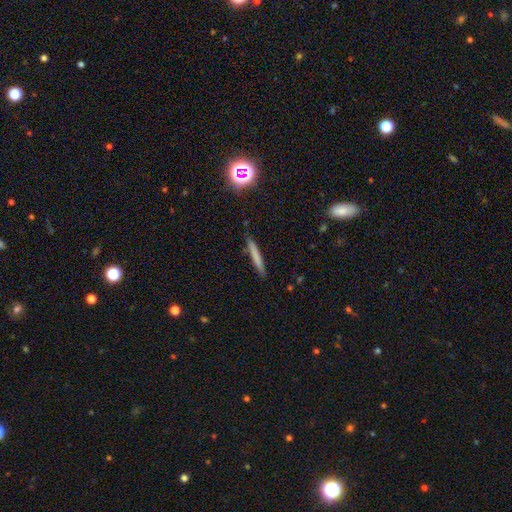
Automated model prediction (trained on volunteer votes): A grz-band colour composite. It shows a smooth galaxy with no disk features (68%) that is cigar-shaped (95%). Merging: none (87%).